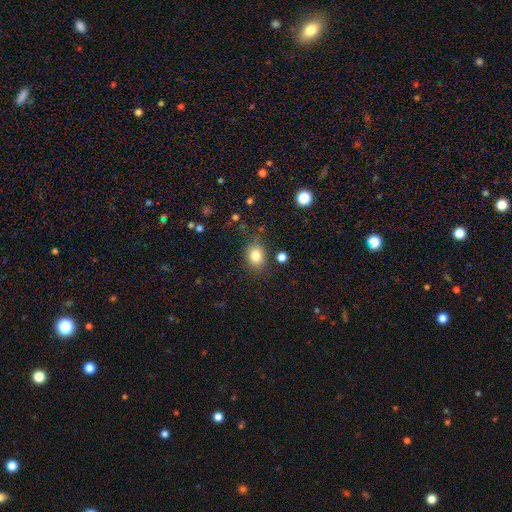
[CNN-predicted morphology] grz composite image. It shows a smooth galaxy with no disk features (83%) that is in between round and cigar-shaped (51%). Merging: none (79%).